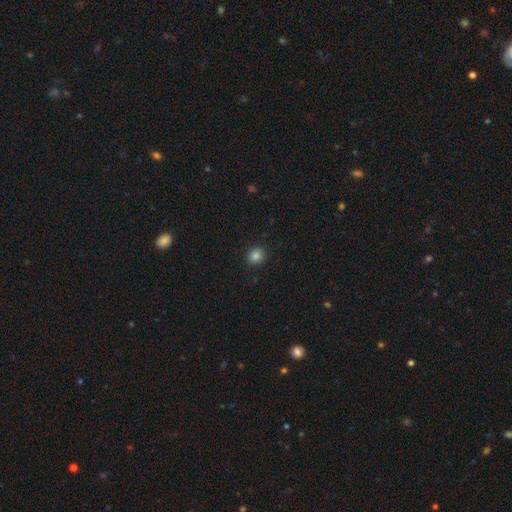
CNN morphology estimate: Smooth or featured: smooth — 85% (star or artifact — 11%)
How rounded: round — 81% (in between — 18%)
Merging: none — 91% (minor disturbance — 6%)